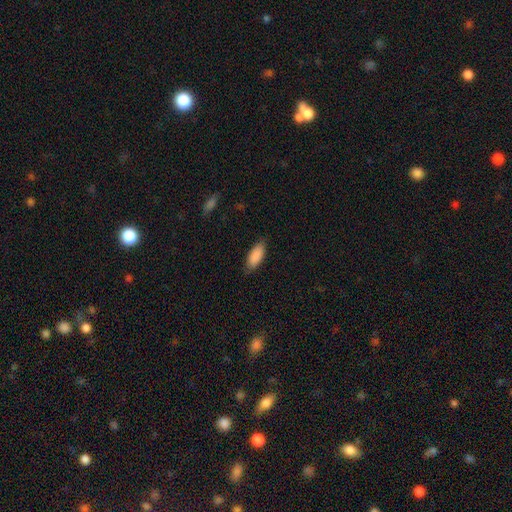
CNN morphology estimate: This appears to be a smooth galaxy with no disk features (90%) that is in between round and cigar-shaped (81%). Merging: none (83%).